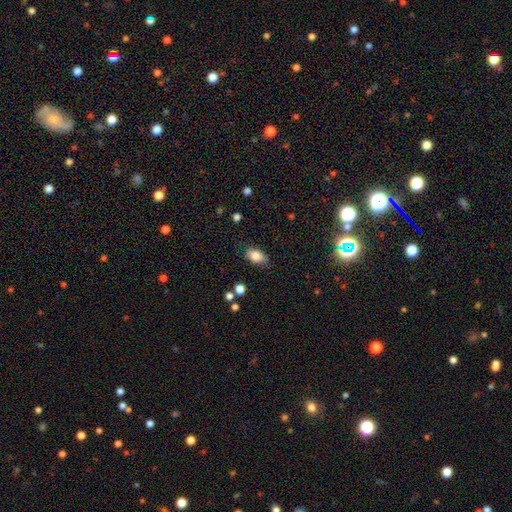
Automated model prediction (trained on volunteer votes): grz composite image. It shows a smooth galaxy with no disk features (82%) that is in between round and cigar-shaped (89%). Merging: none (78%).